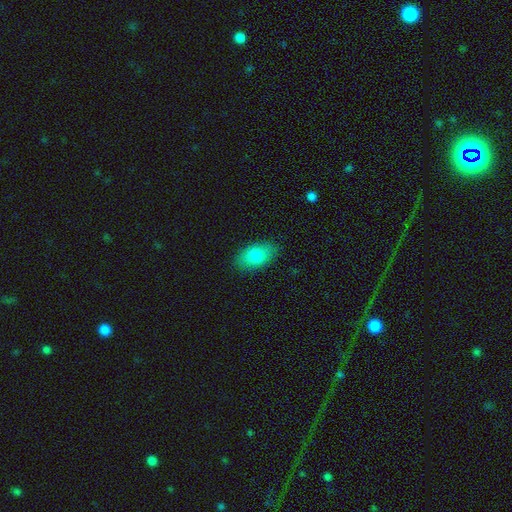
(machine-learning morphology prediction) smooth-or-featured: smooth: 81% | featured or disk: 11% | star or artifact: 7%
  how-rounded: in between: 90% | round: 8% | cigar-shaped: 2%
  merging: none: 85% | minor disturbance: 11% | major disturbance: 3% | merger: 1%